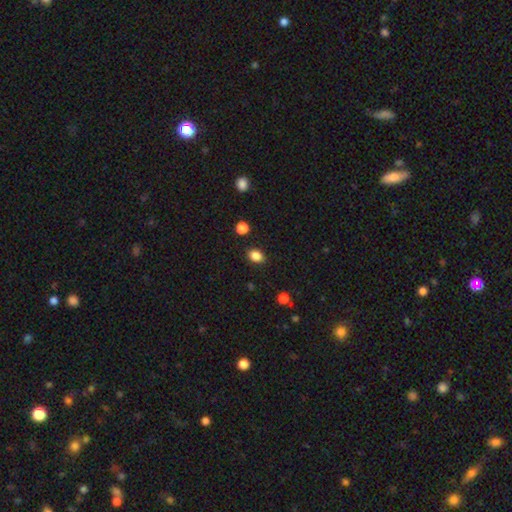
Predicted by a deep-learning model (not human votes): smooth_or_featured: smooth (p=0.86) [alt: star or artifact p=0.11]
how_rounded: in between (p=0.68) [alt: round p=0.31]
merging: none (p=0.87) [alt: minor disturbance p=0.09]